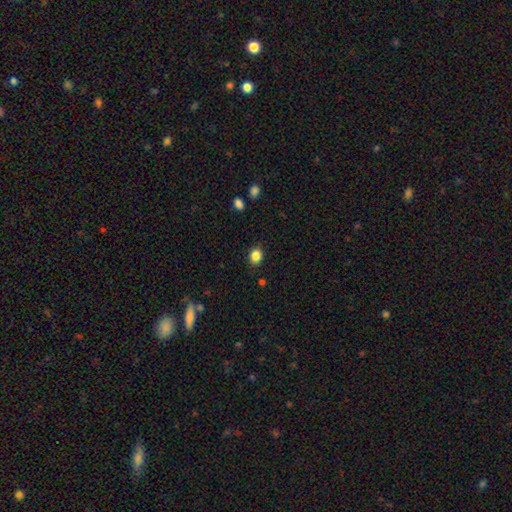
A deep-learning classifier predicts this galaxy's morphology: Q: Smooth or featured?
A: smooth (86%); runner-up: star or artifact (10%)
Q: How rounded?
A: round (55%); runner-up: in between (44%)
Q: Merging?
A: none (87%); runner-up: minor disturbance (9%)